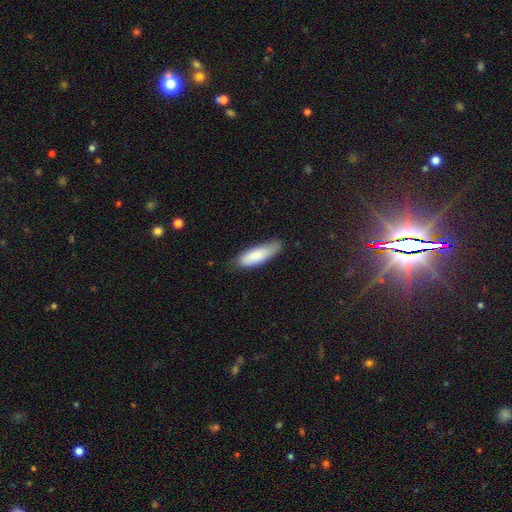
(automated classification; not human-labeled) Smooth or featured?
  - smooth: 83% *
  - featured or disk: 11%
  - star or artifact: 6%
How rounded?
  - in between: 53% *
  - cigar-shaped: 45%
  - round: 2%
Merging?
  - none: 69% *
  - minor disturbance: 25%
  - major disturbance: 4%
  - merger: 1%